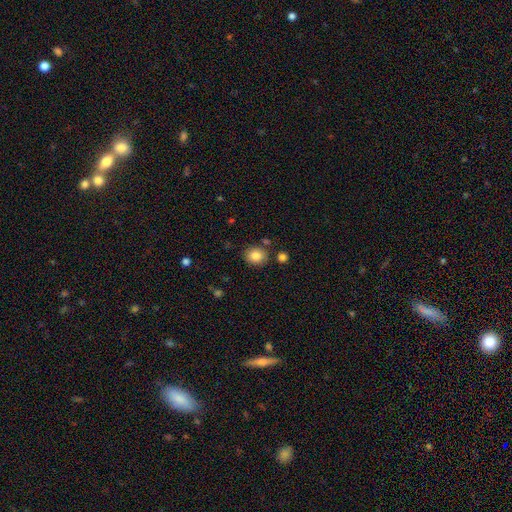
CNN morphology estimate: Q: Smooth or featured?
A: smooth (84%); runner-up: star or artifact (9%)
Q: How rounded?
A: round (72%); runner-up: in between (27%)
Q: Merging?
A: none (82%); runner-up: minor disturbance (10%)